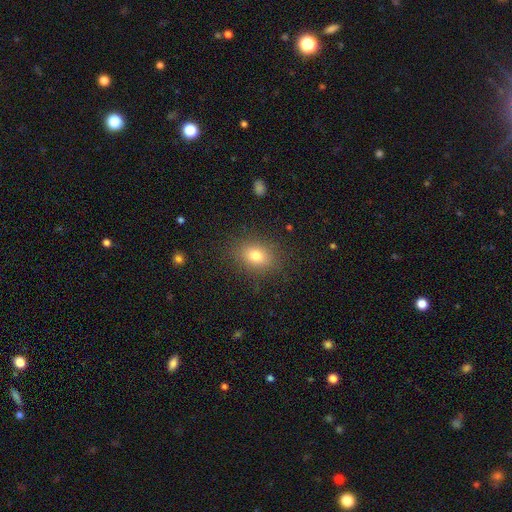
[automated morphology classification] This appears to be a smooth galaxy with no disk features (79%) that is in between round and cigar-shaped (66%). Merging: none (85%).